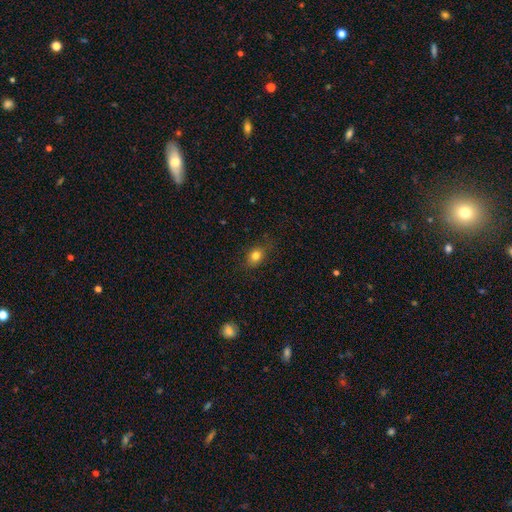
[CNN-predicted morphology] A smooth galaxy with no disk features (80%) that is in between round and cigar-shaped (61%). Merging: none (80%).